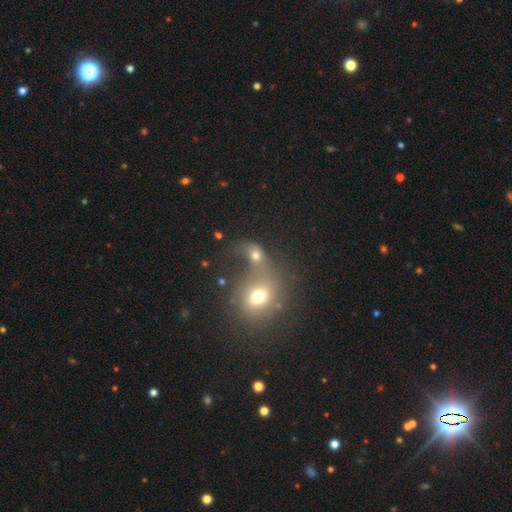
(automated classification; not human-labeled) The model was most divided on "how rounded": round: 59%, in between: 38%, cigar-shaped: 2%. More confident: smooth or featured — smooth (60%); merging — merger (57%).